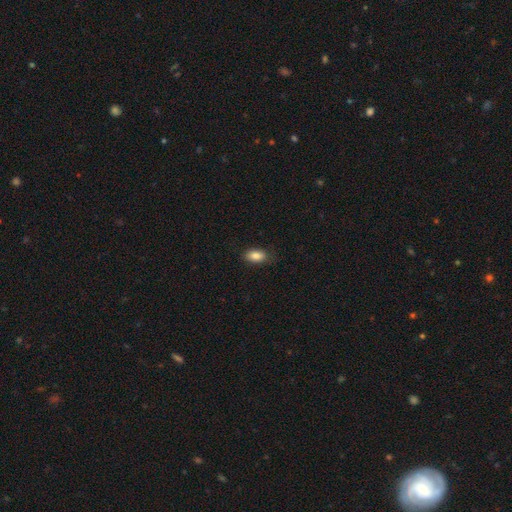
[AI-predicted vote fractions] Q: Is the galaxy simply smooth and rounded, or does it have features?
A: smooth — 86%.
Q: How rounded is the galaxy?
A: in between — 90%.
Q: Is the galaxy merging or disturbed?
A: none — 82%.